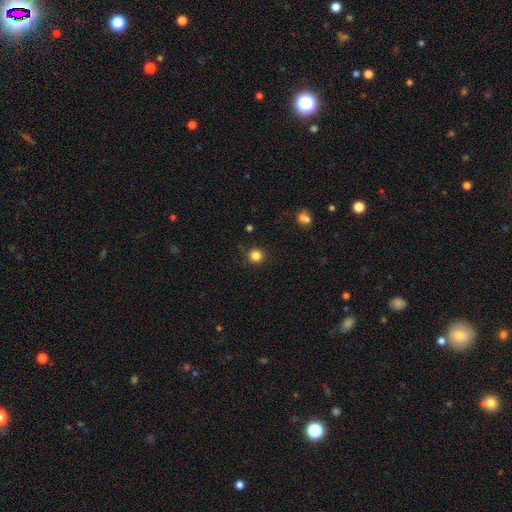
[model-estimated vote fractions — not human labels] Smooth or featured? Predicted: smooth (p=0.83). How rounded? Predicted: round (p=0.94). Merging? Predicted: none (p=0.89).